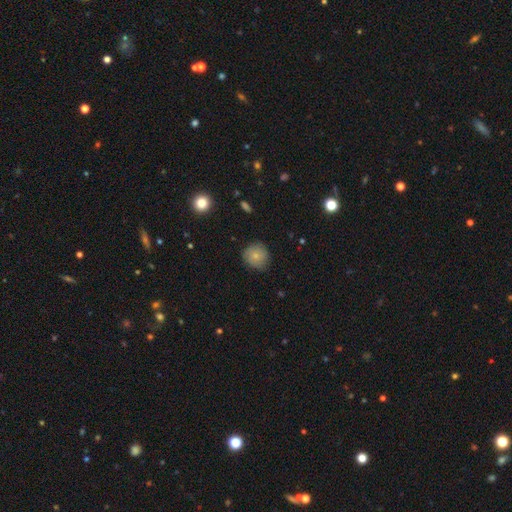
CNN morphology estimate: This appears to be a smooth galaxy with no disk features (76%) that is round (90%). Merging: none (80%).